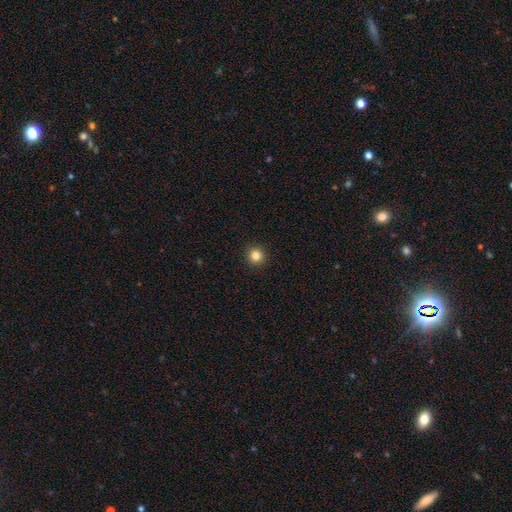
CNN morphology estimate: The model was most divided on "smooth or featured": smooth: 84%, star or artifact: 12%, featured or disk: 4%. More confident: how rounded — round (95%); merging — none (94%).